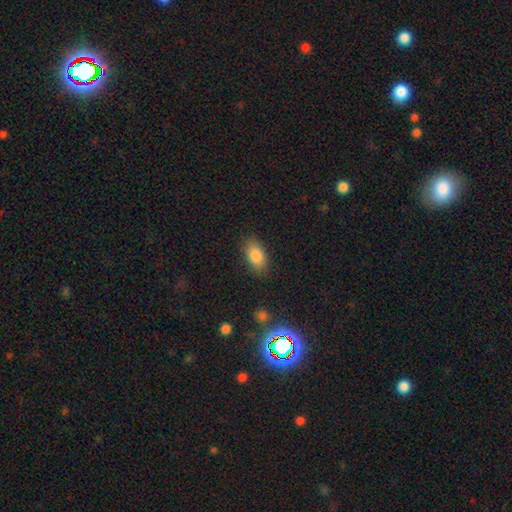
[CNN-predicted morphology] Q: Smooth or featured?
A: smooth (85%); runner-up: star or artifact (8%)
Q: How rounded?
A: in between (91%); runner-up: round (6%)
Q: Merging?
A: none (85%); runner-up: minor disturbance (11%)